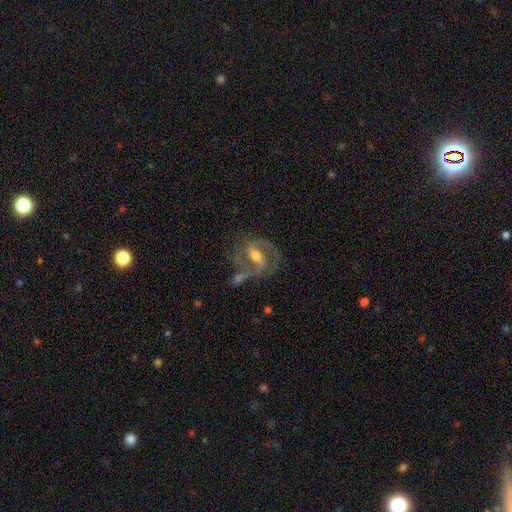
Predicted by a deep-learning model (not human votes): This is clearly a featured or disk galaxy (83%). It is clearly not viewed edge-on (96%). Bar: marginally weak (44%). Spiral arm pattern: clearly yes (91%). Spiral arm count: likely 2 (77%). Spiral winding: possibly medium (50%). Central bulge: likely moderate (64%). Merging: possibly none (56%).